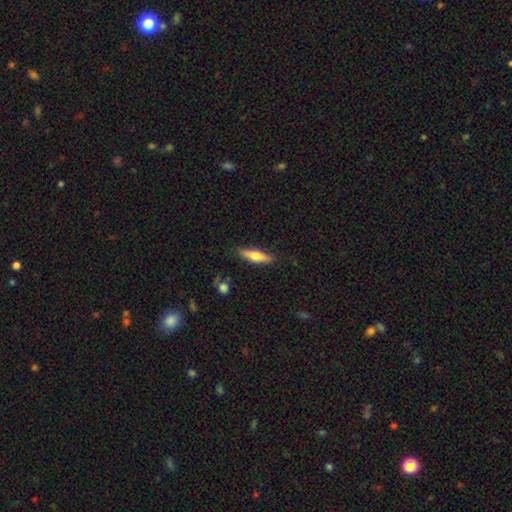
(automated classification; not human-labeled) Smooth or featured? smooth (55%)
How rounded? cigar-shaped (67%)
Merging? none (85%)